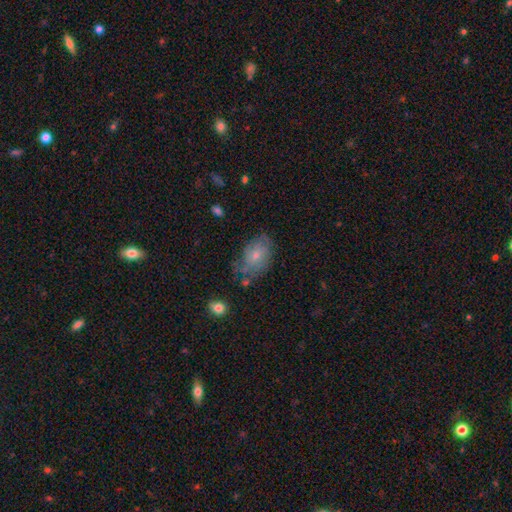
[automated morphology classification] A smooth galaxy with no disk features (58%) that is in between round and cigar-shaped (82%). Merging: none (54%).